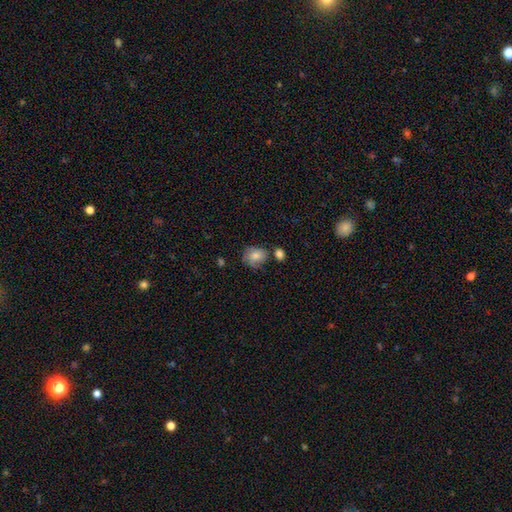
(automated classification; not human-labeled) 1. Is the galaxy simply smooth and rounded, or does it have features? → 78% smooth, 13% featured or disk, 8% star or artifact.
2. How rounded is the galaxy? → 58% round, 41% in between, 1% cigar-shaped.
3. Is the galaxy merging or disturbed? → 58% none, 24% minor disturbance, 11% merger, 7% major disturbance.